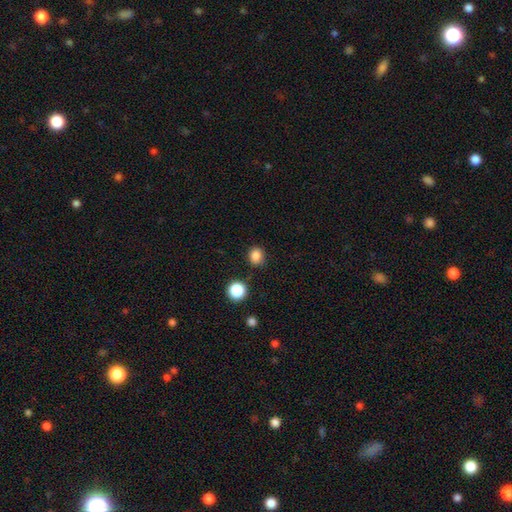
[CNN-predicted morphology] Smooth or featured? smooth (84%)
How rounded? round (71%)
Merging? none (81%)